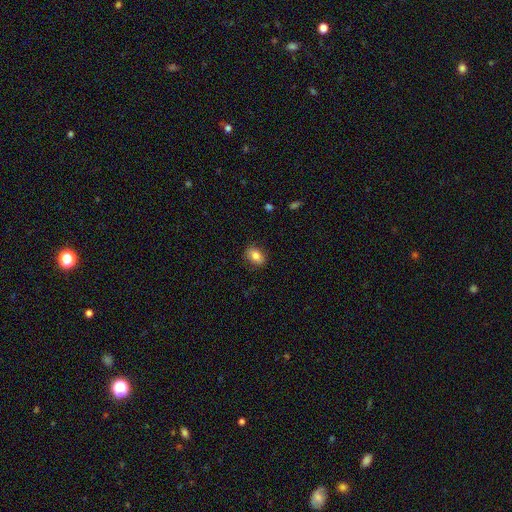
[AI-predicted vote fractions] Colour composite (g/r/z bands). It shows a smooth galaxy with no disk features (80%) that is in between round and cigar-shaped (73%). Merging: none (85%).